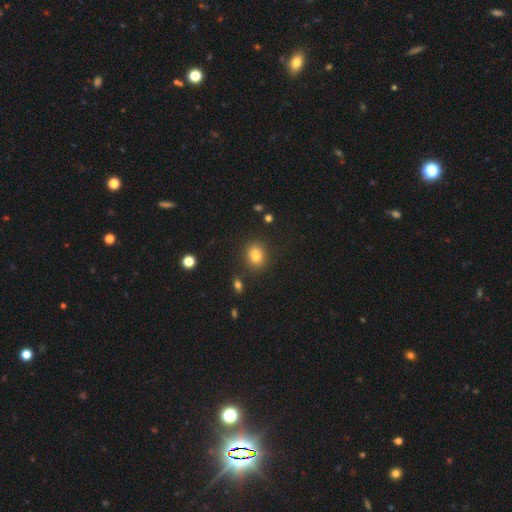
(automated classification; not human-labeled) Smooth or featured? smooth (81%)
How rounded? round (68%)
Merging? none (86%)